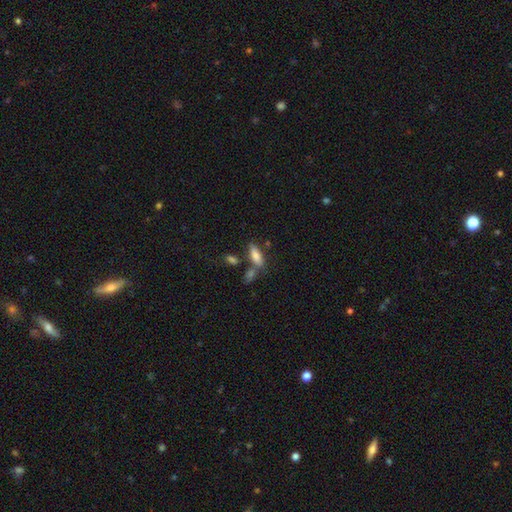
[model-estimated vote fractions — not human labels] smooth-or-featured: smooth: 74% | featured or disk: 18% | star or artifact: 8%
  how-rounded: in between: 65% | cigar-shaped: 32% | round: 3%
  merging: none: 63% | merger: 18% | minor disturbance: 14% | major disturbance: 5%